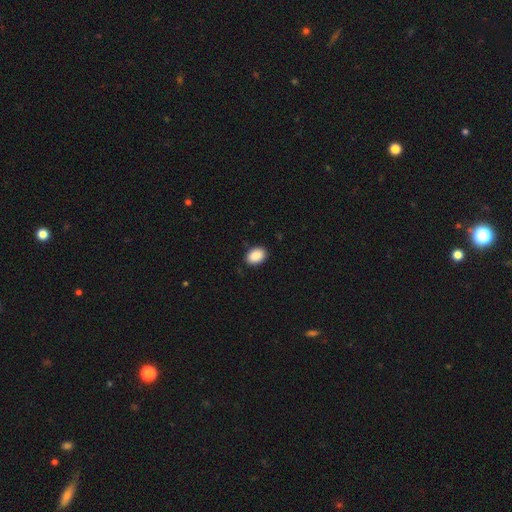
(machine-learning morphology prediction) smooth 90%, star or artifact 7%, featured or disk 3%. Down the decision tree: how rounded — in between (84%); merging — none (87%).